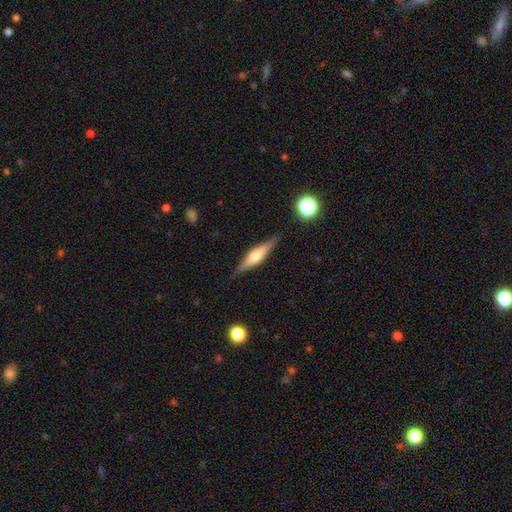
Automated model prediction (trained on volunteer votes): Morphology: type=featured or disk (64%); edge-on=yes (96%); edge-on bulge=rounded (83%); merging=none (87%).